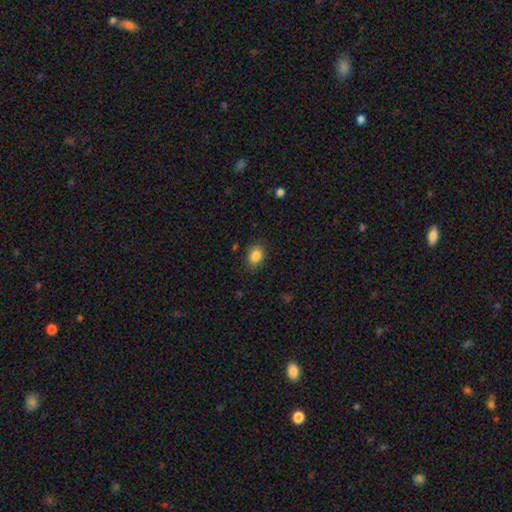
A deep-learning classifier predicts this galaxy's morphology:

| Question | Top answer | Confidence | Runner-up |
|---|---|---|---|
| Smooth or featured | smooth | 86% | star or artifact (9%) |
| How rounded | in between | 59% | round (40%) |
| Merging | none | 86% | minor disturbance (10%) |